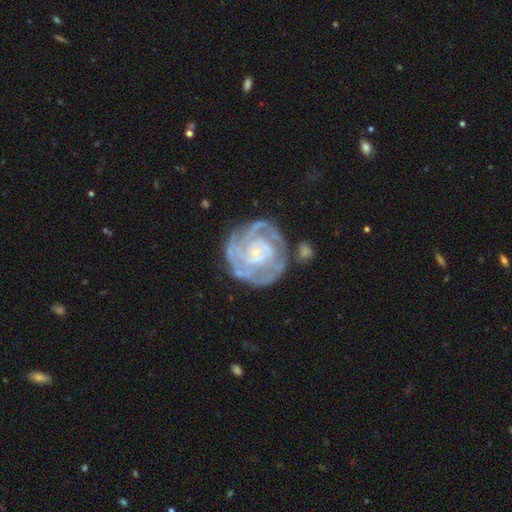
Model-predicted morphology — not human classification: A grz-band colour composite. It shows a featured or disk galaxy (85%) with no bar (63%), 2 (28%) tight (74%) spiral arms (94%) and a small central bulge (58%). Merging: none (67%).